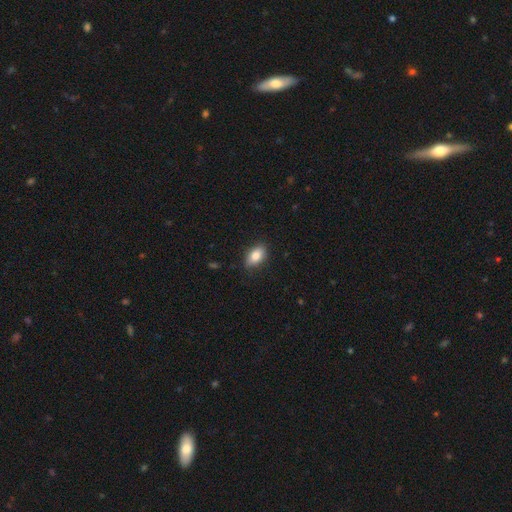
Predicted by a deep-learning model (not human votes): Overall: smooth (83%). How rounded: in between (89%). Merging: none (84%).